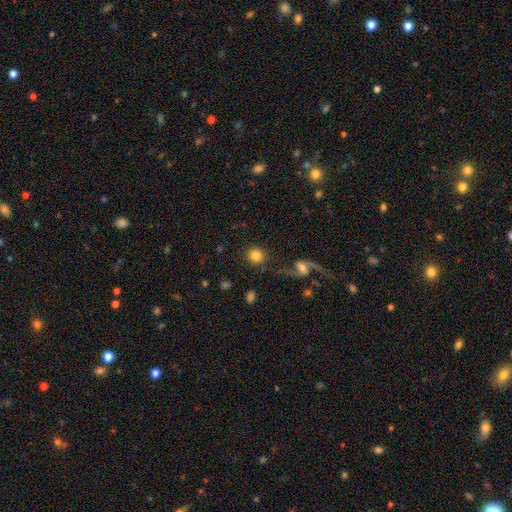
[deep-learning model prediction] Smooth or featured? Predicted: smooth (p=0.81). How rounded? Predicted: round (p=0.90). Merging? Predicted: none (p=0.78).